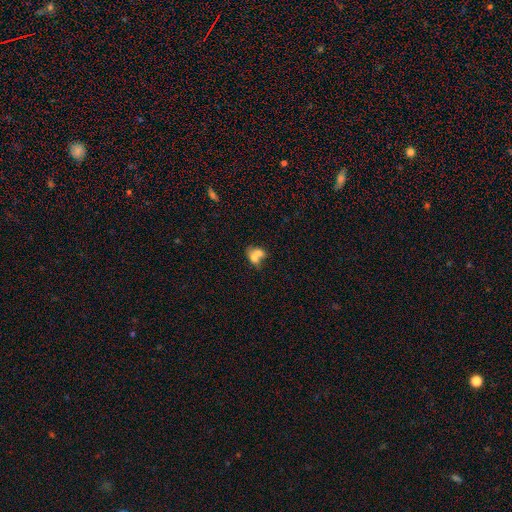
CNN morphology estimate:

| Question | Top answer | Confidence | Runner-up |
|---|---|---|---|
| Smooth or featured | smooth | 67% | featured or disk (23%) |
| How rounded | in between | 63% | round (35%) |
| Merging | merger | 72% | none (17%) |